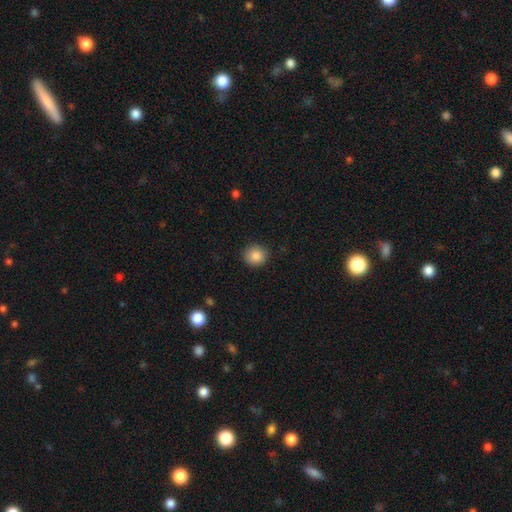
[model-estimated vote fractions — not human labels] Smooth or featured? Predicted: smooth (p=0.86). How rounded? Predicted: round (p=0.86). Merging? Predicted: none (p=0.90).